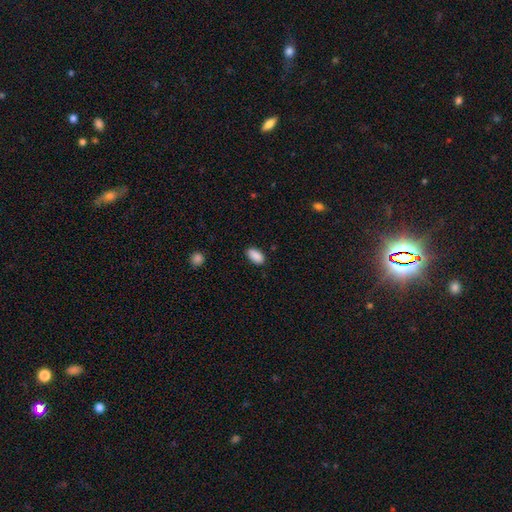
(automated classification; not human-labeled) A smooth galaxy with no disk features (90%) that is in between round and cigar-shaped (93%).

Vote fractions:
- Smooth or featured? smooth: 90% / star or artifact: 7% / featured or disk: 3%
- How rounded? in between: 93% / cigar-shaped: 4% / round: 3%
- Merging? none: 86% / minor disturbance: 10% / major disturbance: 2% / merger: 1%